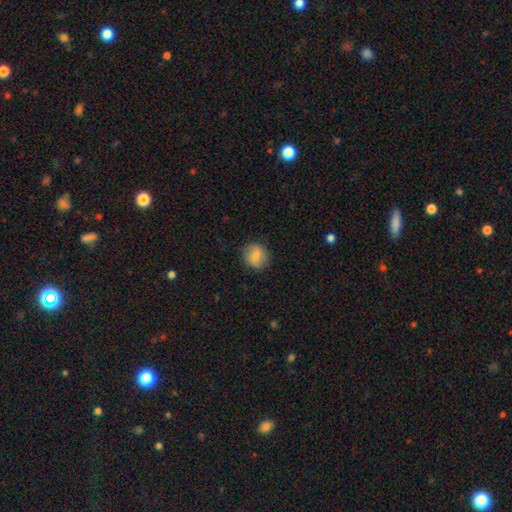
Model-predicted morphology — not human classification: type=smooth (75%); roundness=round (83%); merging=none (84%).